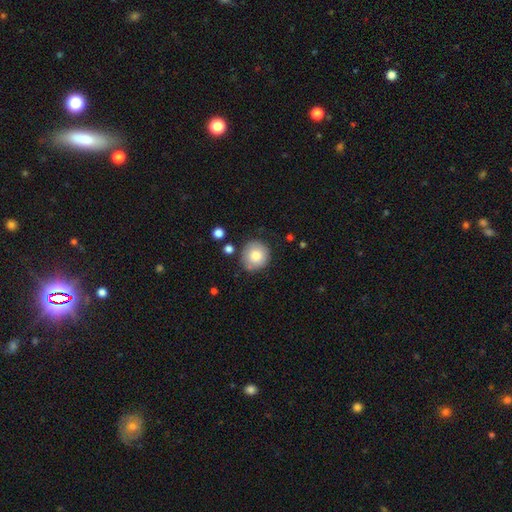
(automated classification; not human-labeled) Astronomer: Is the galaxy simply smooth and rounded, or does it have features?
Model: smooth — 80%.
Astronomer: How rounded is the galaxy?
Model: round — 91%.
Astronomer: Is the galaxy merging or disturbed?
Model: none — 81%.